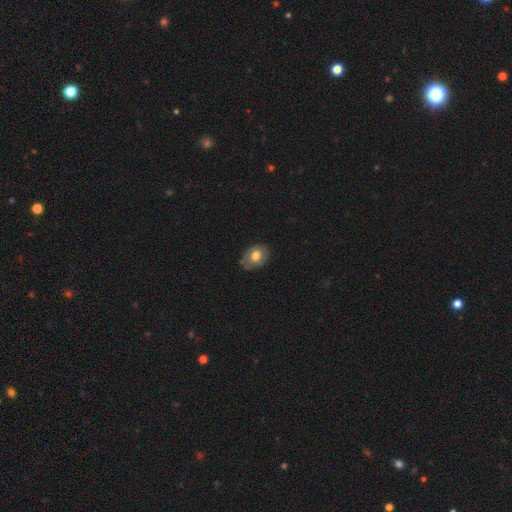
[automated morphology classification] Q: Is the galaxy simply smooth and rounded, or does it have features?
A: smooth — 72%.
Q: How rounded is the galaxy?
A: in between — 65%.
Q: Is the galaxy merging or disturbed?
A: none — 73%.